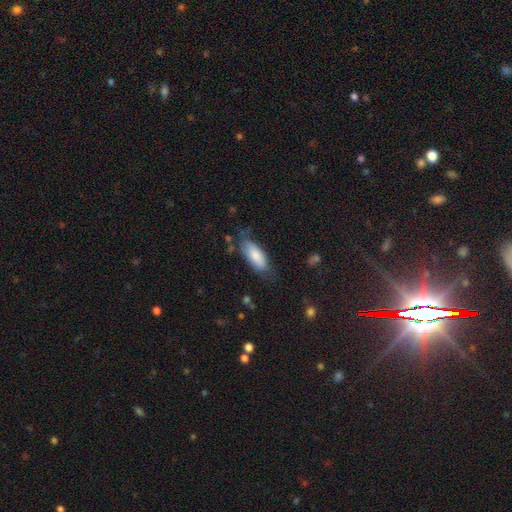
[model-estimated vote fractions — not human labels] Smooth or featured? Predicted: smooth (p=0.80). How rounded? Predicted: in between (p=0.79). Merging? Predicted: none (p=0.59).